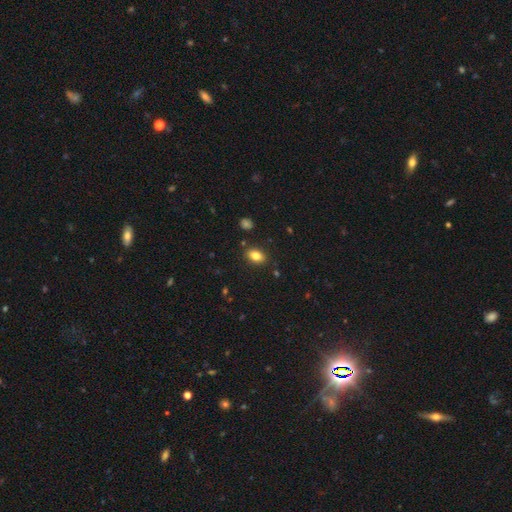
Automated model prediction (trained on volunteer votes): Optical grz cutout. It shows a smooth galaxy with no disk features (82%) that is in between round and cigar-shaped (83%). Merging: none (87%).